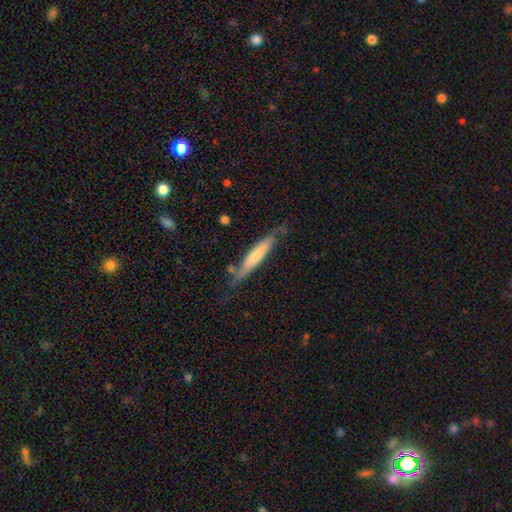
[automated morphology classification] Q: Smooth or featured?
A: smooth (55%); runner-up: featured or disk (39%)
Q: How rounded?
A: cigar-shaped (89%); runner-up: in between (9%)
Q: Merging?
A: none (66%); runner-up: minor disturbance (24%)